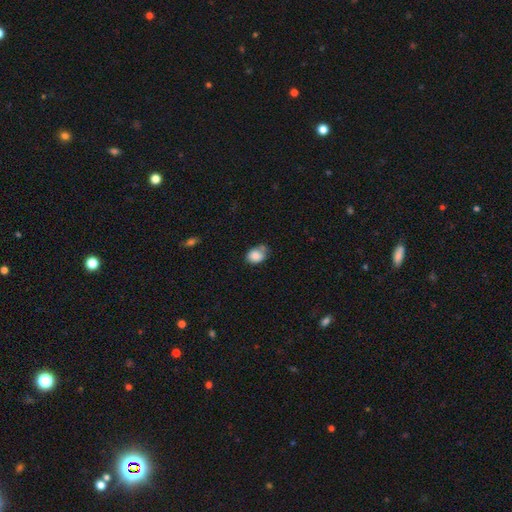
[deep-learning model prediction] A smooth galaxy with no disk features (85%) that is in between round and cigar-shaped (62%). Merging: none (52%).